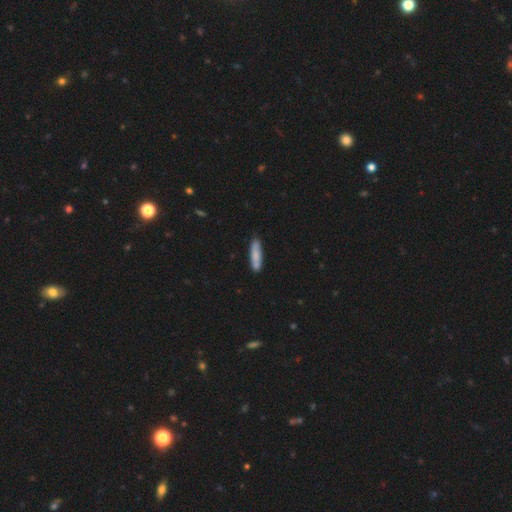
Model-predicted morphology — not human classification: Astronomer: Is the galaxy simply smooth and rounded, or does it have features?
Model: smooth — 76%.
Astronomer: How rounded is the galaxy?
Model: cigar-shaped — 76%.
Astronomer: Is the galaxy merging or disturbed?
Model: none — 82%.